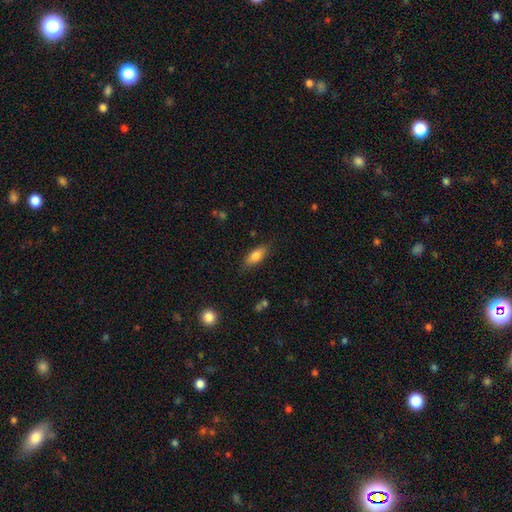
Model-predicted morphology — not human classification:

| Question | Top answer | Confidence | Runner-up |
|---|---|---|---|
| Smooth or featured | smooth | 79% | featured or disk (14%) |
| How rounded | in between | 74% | cigar-shaped (23%) |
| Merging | none | 81% | minor disturbance (15%) |